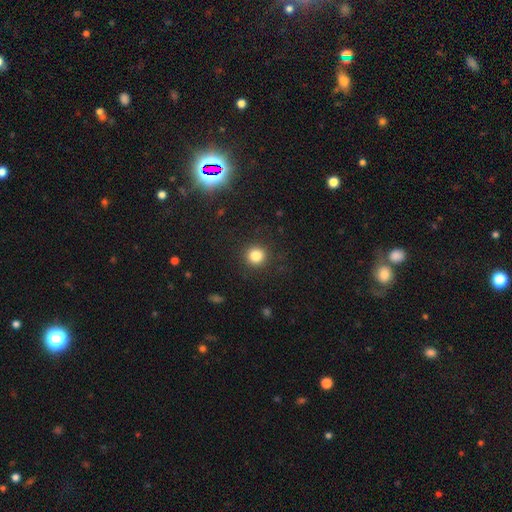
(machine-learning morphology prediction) This is clearly a smooth galaxy (83%). How rounded: clearly round (93%). Merging: clearly none (90%).